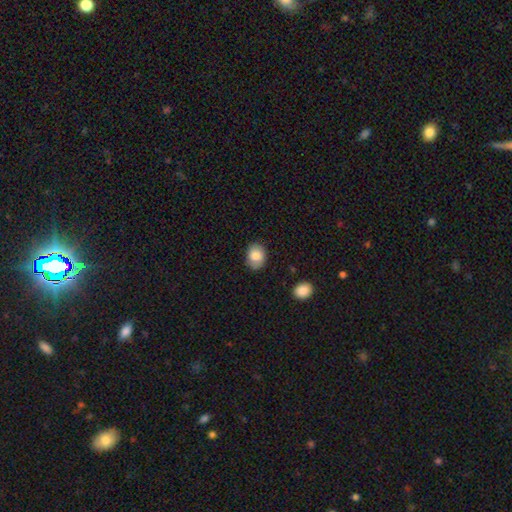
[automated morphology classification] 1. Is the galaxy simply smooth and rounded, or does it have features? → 84% smooth, 9% featured or disk, 8% star or artifact.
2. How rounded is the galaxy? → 55% in between, 44% round, 1% cigar-shaped.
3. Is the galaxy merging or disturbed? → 82% none, 14% minor disturbance, 3% major disturbance, 2% merger.